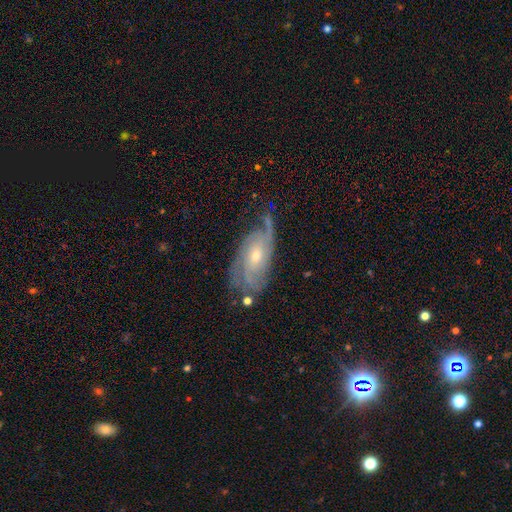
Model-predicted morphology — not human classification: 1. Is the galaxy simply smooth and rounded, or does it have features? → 81% featured or disk, 12% smooth, 6% star or artifact.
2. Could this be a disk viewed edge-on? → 93% no, 7% yes.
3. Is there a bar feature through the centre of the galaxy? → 66% no, 28% weak, 6% strong.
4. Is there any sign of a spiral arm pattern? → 93% yes, 7% no.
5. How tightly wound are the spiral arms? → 50% tight, 36% medium, 14% loose.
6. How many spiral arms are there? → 32% can't tell, 30% 2, 20% 3, 9% 4, 5% 1, 4% more than 4.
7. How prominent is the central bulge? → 54% small, 42% moderate, 2% large, 1% none, 1% dominant.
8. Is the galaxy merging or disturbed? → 59% none, 25% minor disturbance, 12% major disturbance, 4% merger.